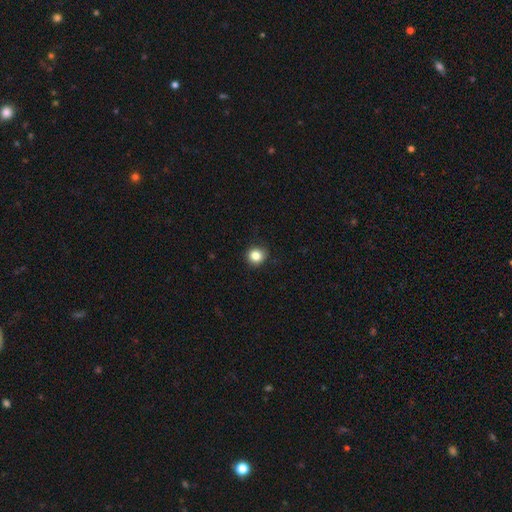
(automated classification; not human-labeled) This appears to be a smooth galaxy with no disk features (84%) that is round (89%). Merging: none (89%).